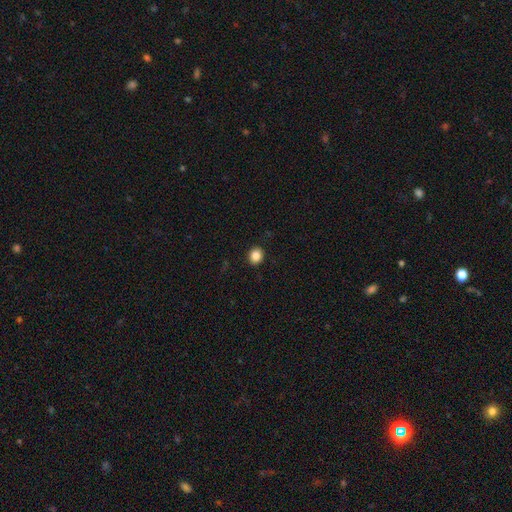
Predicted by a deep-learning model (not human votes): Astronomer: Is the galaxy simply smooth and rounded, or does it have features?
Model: smooth — 86%.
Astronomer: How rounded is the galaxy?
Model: round — 65%.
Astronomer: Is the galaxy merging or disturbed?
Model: none — 91%.